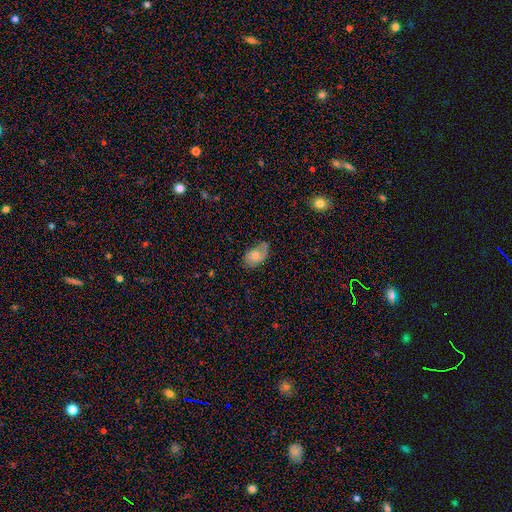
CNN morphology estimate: The model was most divided on "smooth or featured": smooth: 51%, featured or disk: 41%, star or artifact: 8%. More confident: how rounded — in between (88%); merging — none (55%).